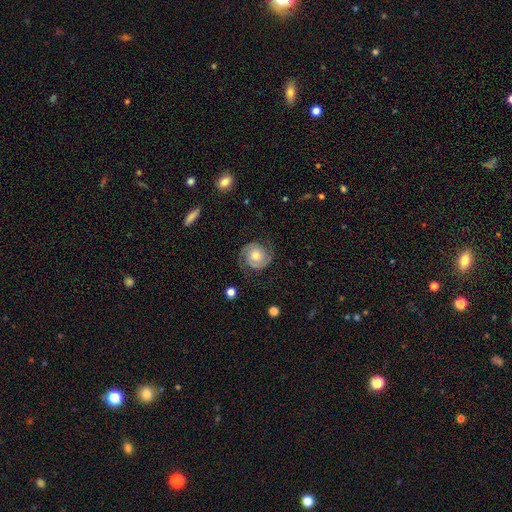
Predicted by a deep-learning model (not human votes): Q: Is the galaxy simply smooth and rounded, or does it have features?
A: featured or disk — 82%.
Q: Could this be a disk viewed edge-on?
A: no — 98%.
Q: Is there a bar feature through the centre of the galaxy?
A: no — 72%.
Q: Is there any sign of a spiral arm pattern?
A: yes — 97%.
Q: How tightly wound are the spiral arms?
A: tight — 50%.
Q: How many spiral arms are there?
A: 2 — 91%.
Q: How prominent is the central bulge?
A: moderate — 63%.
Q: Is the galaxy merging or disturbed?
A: none — 79%.